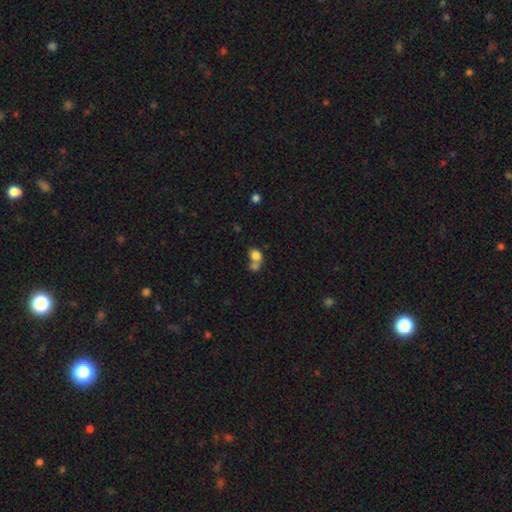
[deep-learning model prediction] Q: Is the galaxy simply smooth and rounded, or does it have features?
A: smooth — 78%.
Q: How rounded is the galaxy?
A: in between — 51%.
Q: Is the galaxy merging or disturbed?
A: merger — 56%.